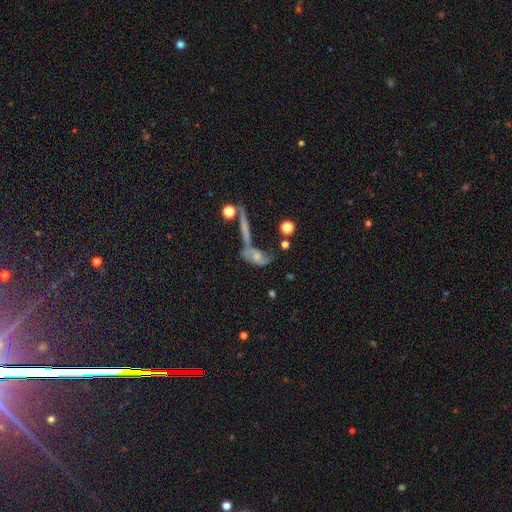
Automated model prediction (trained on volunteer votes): The model was most divided on "merging": merger: 36%, none: 33%, minor disturbance: 16%, major disturbance: 15%. More confident: edge-on disk — no (77%); smooth or featured — featured or disk (52%).